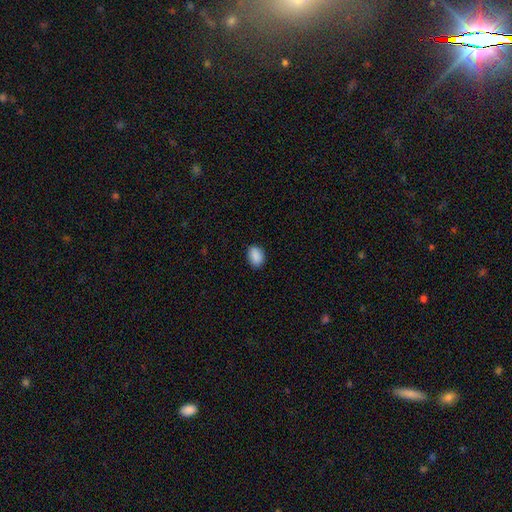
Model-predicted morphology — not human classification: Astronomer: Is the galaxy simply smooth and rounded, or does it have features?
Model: smooth — 90%.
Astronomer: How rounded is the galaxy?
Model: in between — 82%.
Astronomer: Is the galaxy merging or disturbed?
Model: none — 86%.